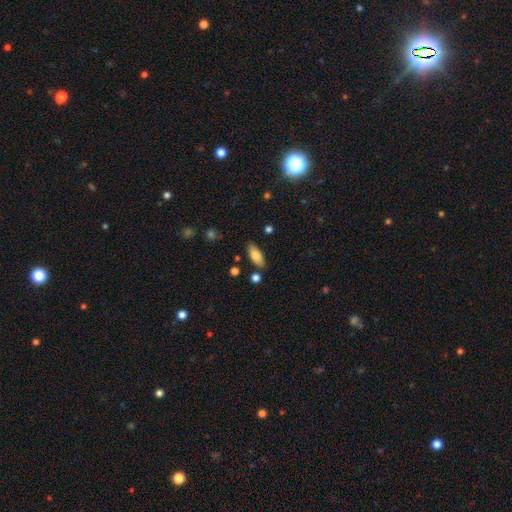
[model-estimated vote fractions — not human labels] A smooth galaxy with no disk features (80%) that is in between round and cigar-shaped (82%). Merging: none (83%).